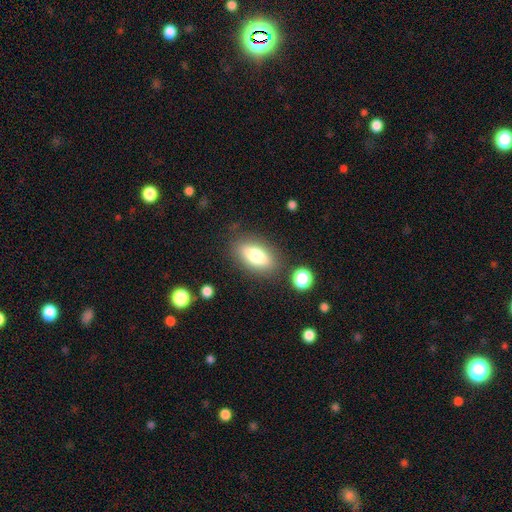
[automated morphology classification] Smooth or featured: smooth — 73% (featured or disk — 19%)
How rounded: in between — 81% (cigar-shaped — 12%)
Merging: none — 81% (minor disturbance — 11%)